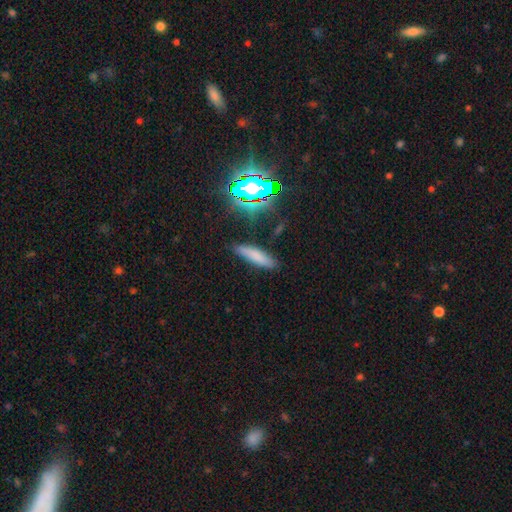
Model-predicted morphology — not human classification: smooth 72%, star or artifact 15%, featured or disk 13%. Down the decision tree: how rounded — cigar-shaped (69%); merging — none (81%).